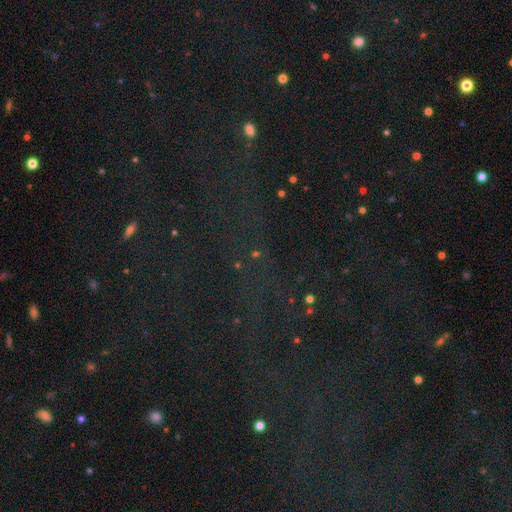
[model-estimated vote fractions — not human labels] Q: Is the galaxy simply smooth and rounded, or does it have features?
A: star or artifact — 77%.